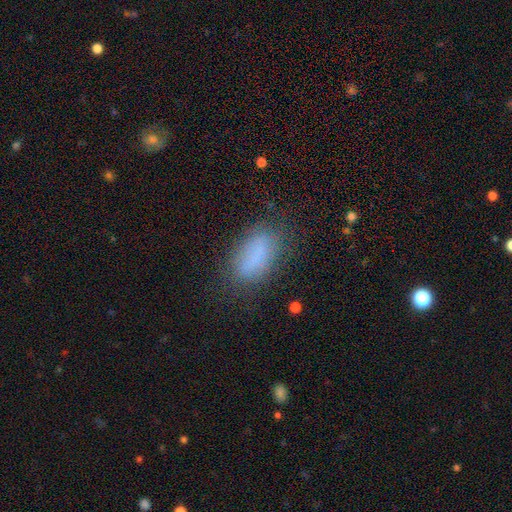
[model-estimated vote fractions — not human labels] smooth 78%, featured or disk 11%, star or artifact 11%. Down the decision tree: how rounded — in between (89%); merging — none (72%).